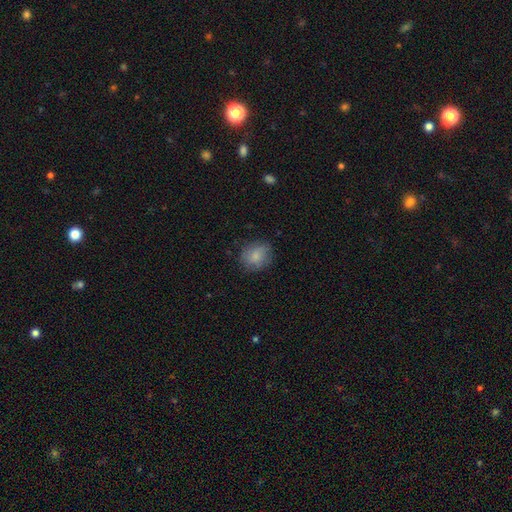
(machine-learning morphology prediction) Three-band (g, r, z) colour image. It shows a smooth galaxy with no disk features (80%) that is round (68%). Merging: none (77%).